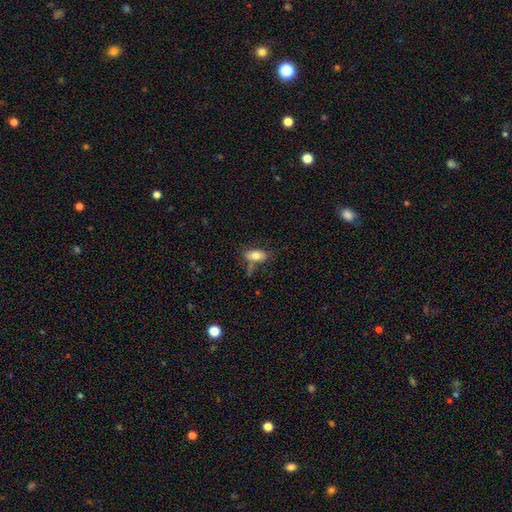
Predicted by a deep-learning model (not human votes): A smooth galaxy with no disk features (75%) that is in between round and cigar-shaped (87%).

Vote fractions:
- Smooth or featured? smooth: 75% / featured or disk: 17% / star or artifact: 8%
- How rounded? in between: 87% / cigar-shaped: 8% / round: 4%
- Merging? none: 58% / minor disturbance: 21% / merger: 14% / major disturbance: 8%